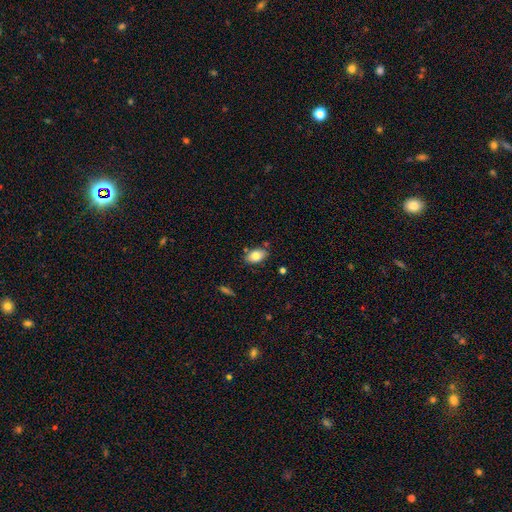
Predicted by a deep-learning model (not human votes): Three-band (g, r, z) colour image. It shows a smooth galaxy with no disk features (83%) that is in between round and cigar-shaped (92%). Merging: none (80%).